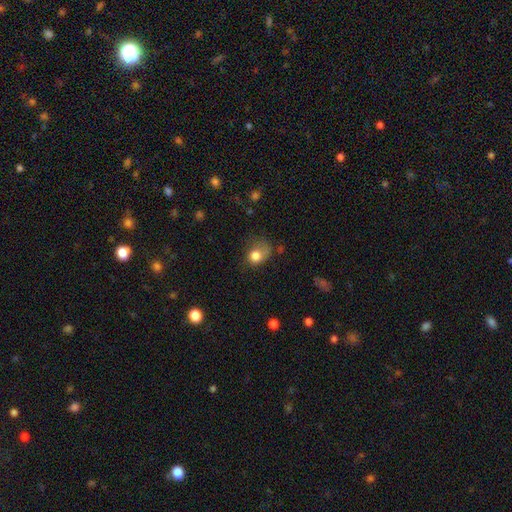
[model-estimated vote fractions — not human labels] Smooth or featured? smooth (78%)
How rounded? round (54%)
Merging? none (37%)